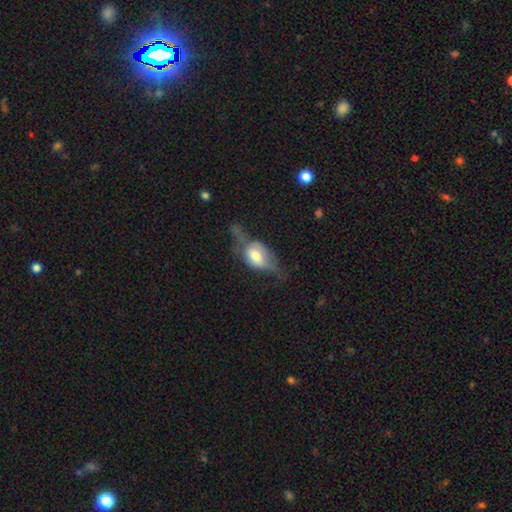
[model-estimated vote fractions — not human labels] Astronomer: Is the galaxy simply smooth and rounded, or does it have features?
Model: smooth — 48% (runner-up: featured or disk, 44%).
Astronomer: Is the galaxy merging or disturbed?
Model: major disturbance — 40% (runner-up: none, 28%).